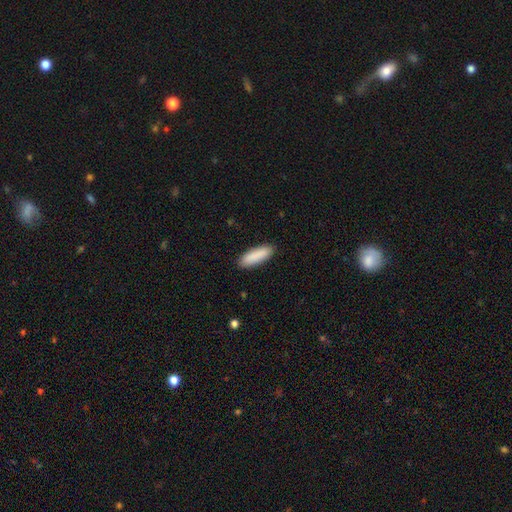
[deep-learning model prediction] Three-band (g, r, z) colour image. It shows a smooth galaxy with no disk features (89%) that is in between round and cigar-shaped (50%). Merging: none (89%).